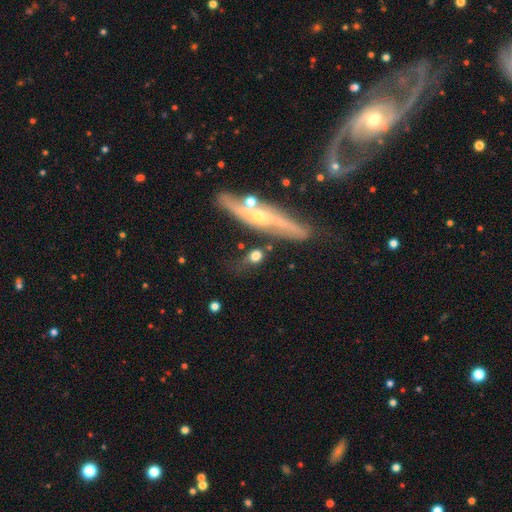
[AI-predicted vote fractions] smooth 57%, featured or disk 34%, star or artifact 8%. Down the decision tree: how rounded — round (42%); merging — none (60%).